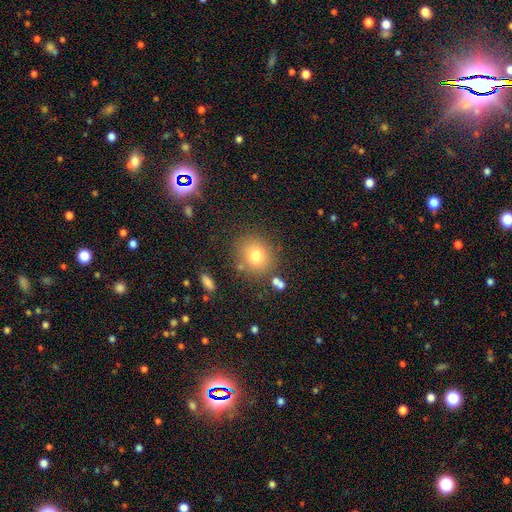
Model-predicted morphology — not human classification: This is likely a smooth galaxy (75%). How rounded: likely round (80%). Merging: likely none (79%).